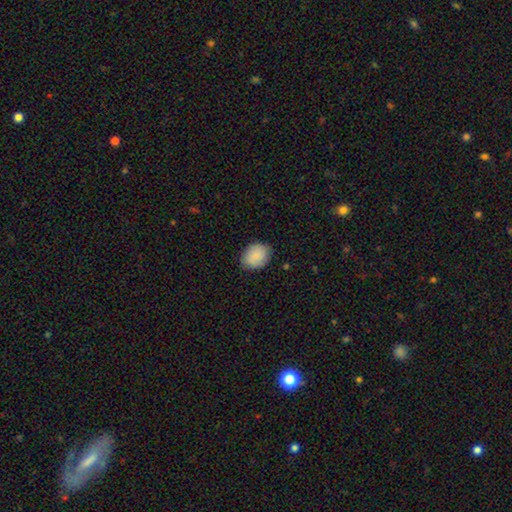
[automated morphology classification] This appears to be a smooth galaxy with no disk features (88%) that is in between round and cigar-shaped (55%). Merging: none (80%).